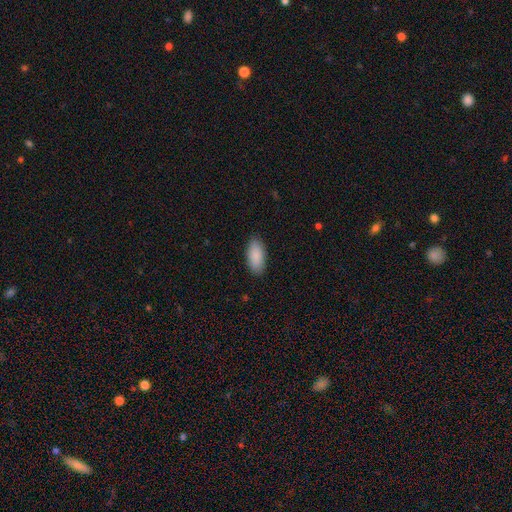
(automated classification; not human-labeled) Smooth or featured?
  - smooth: 89% *
  - star or artifact: 6%
  - featured or disk: 5%
How rounded?
  - in between: 92% *
  - cigar-shaped: 6%
  - round: 2%
Merging?
  - none: 88% *
  - minor disturbance: 9%
  - major disturbance: 2%
  - merger: 1%